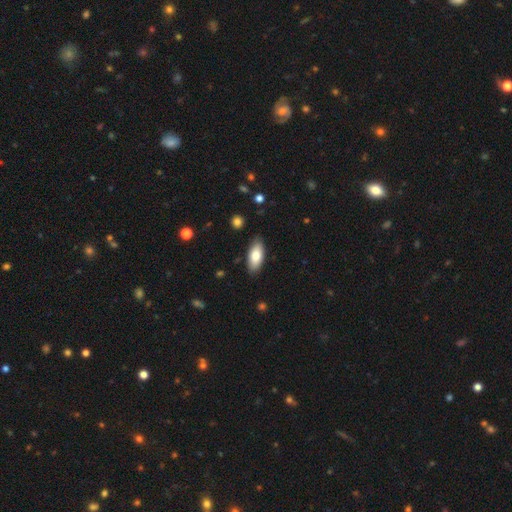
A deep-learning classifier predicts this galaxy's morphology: This is likely a smooth galaxy (77%). How rounded: clearly in between (84%). Merging: clearly none (87%).